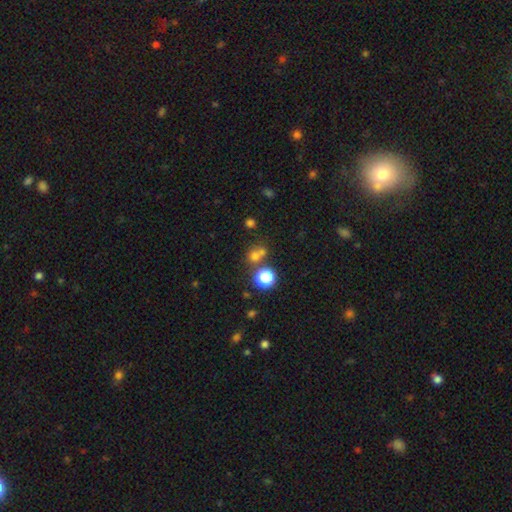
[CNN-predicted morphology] Q: Smooth or featured?
A: smooth (67%); runner-up: star or artifact (24%)
Q: How rounded?
A: round (86%); runner-up: in between (13%)
Q: Merging?
A: none (57%); runner-up: merger (31%)